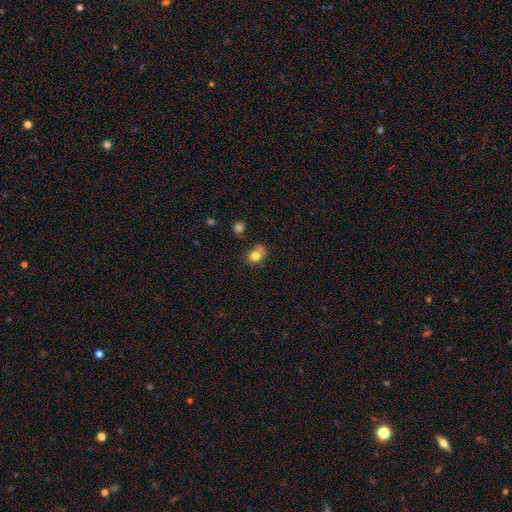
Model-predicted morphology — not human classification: A smooth galaxy with no disk features (79%) that is in between round and cigar-shaped (59%).

Vote fractions:
- Smooth or featured? smooth: 79% / featured or disk: 11% / star or artifact: 10%
- How rounded? in between: 59% / round: 40% / cigar-shaped: 1%
- Merging? none: 53% / minor disturbance: 31% / major disturbance: 10% / merger: 5%